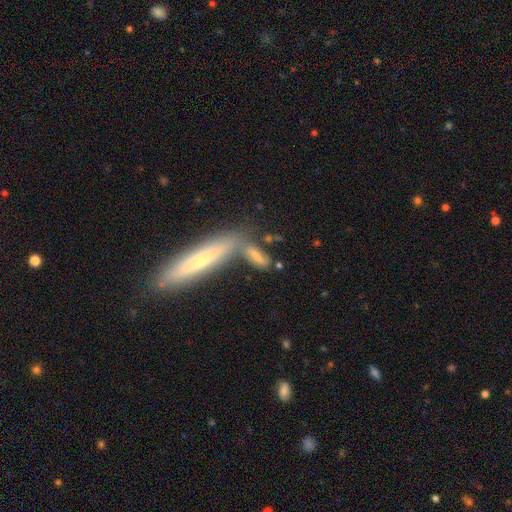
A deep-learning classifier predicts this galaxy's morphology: This is likely a smooth galaxy (65%). How rounded: possibly cigar-shaped (58%). Merging: marginally none (40%).